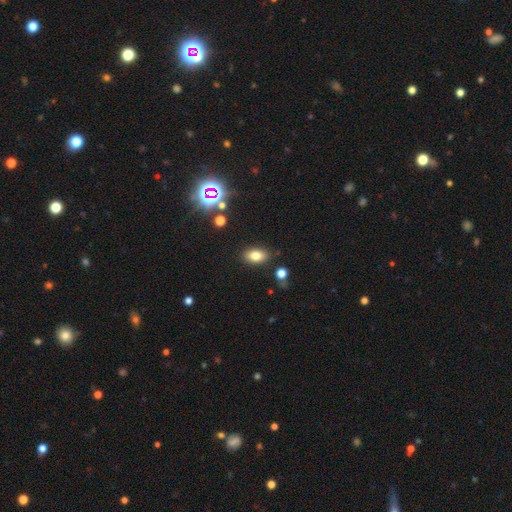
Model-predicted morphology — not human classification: smooth-or-featured: smooth: 79% | star or artifact: 11% | featured or disk: 9%
  how-rounded: in between: 87% | round: 11% | cigar-shaped: 2%
  merging: none: 84% | minor disturbance: 10% | merger: 3% | major disturbance: 3%